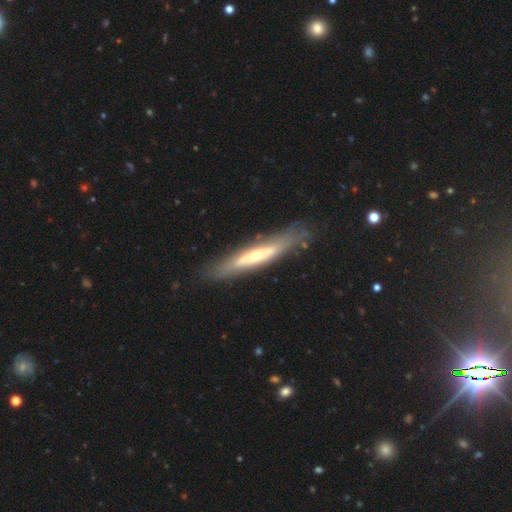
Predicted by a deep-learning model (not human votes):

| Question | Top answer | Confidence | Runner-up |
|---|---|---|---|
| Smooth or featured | featured or disk | 64% | smooth (30%) |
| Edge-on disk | yes | 72% | no (28%) |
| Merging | none | 79% | minor disturbance (14%) |